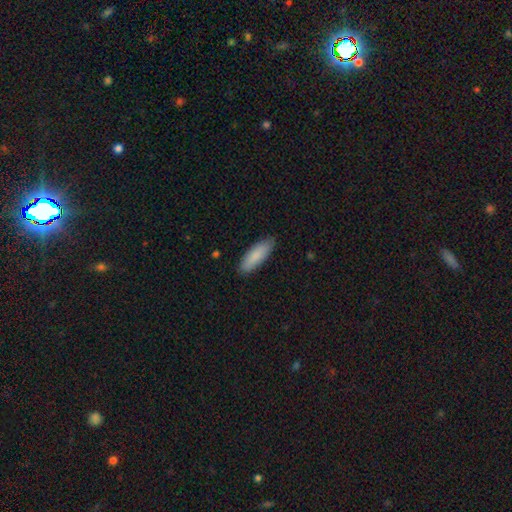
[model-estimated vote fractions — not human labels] smooth 86%, featured or disk 9%, star or artifact 5%. Down the decision tree: how rounded — in between (55%); merging — none (85%).